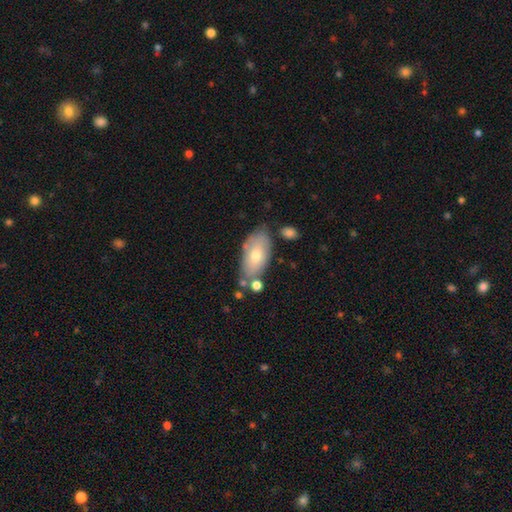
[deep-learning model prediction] The model was most divided on "smooth or featured": smooth: 64%, featured or disk: 29%, star or artifact: 7%. More confident: how rounded — in between (92%); merging — none (66%).